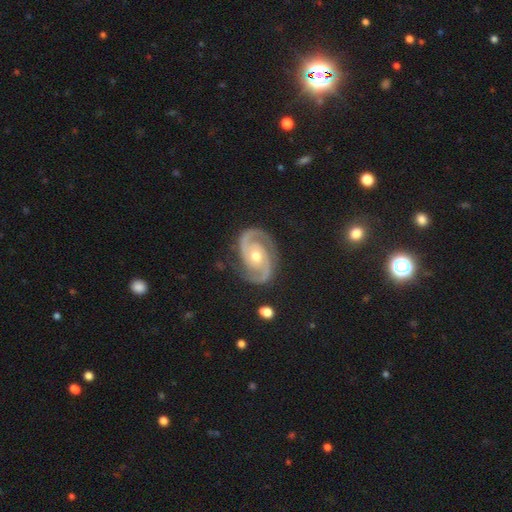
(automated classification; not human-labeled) Smooth or featured? Predicted: featured or disk (p=0.93). Edge-on disk? Predicted: no (p=0.98). Bar? Predicted: no (p=0.67). Spiral arms? Predicted: yes (p=0.98). Spiral winding? Predicted: medium (p=0.47). Spiral arm count? Predicted: 2 (p=0.94). Bulge size? Predicted: moderate (p=0.72). Merging? Predicted: none (p=0.84).